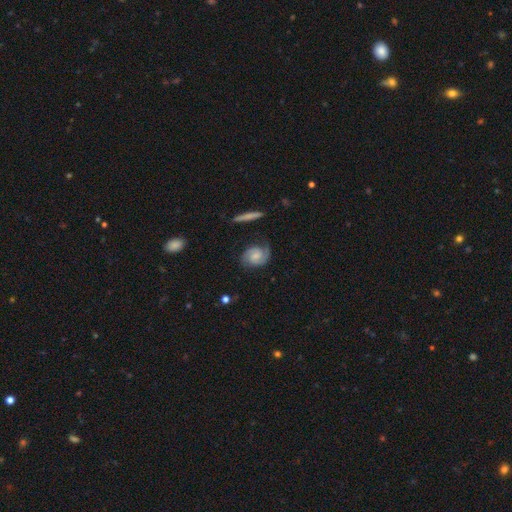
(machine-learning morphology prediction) Overall: featured or disk (79%). Edge-on disk: no (97%). Bar: no (50%; weak 41%). Spiral arms: yes (97%). Spiral arm count: 2 (88%). Spiral winding: medium (46%; tight 41%). Bulge size: small (35%; moderate 33%). Merging: none (75%).